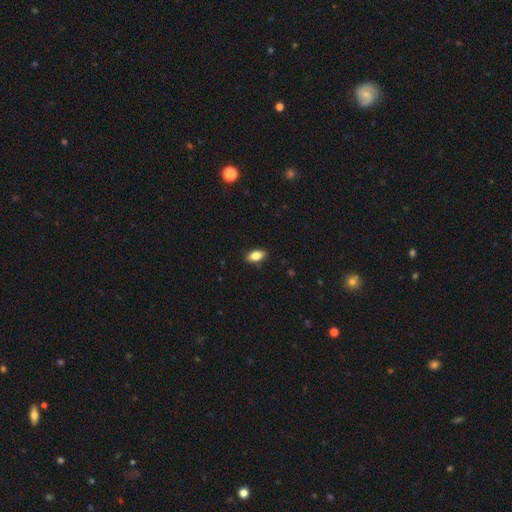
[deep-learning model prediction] Smooth or featured? smooth (83%)
How rounded? in between (90%)
Merging? none (88%)